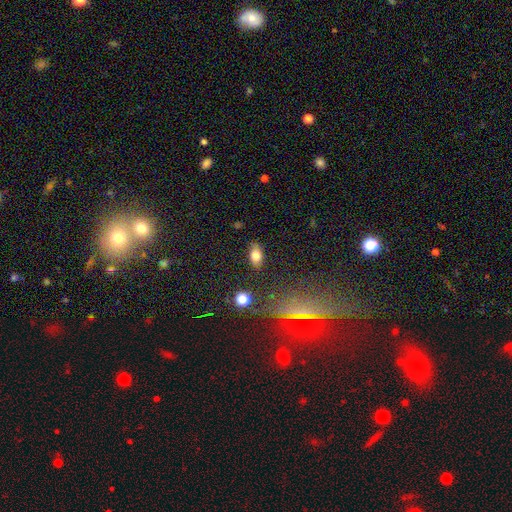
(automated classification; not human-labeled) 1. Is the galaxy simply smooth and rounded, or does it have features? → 77% smooth, 12% featured or disk, 11% star or artifact.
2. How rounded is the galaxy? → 87% in between, 10% round, 4% cigar-shaped.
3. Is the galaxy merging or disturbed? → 81% none, 14% minor disturbance, 3% major disturbance, 2% merger.